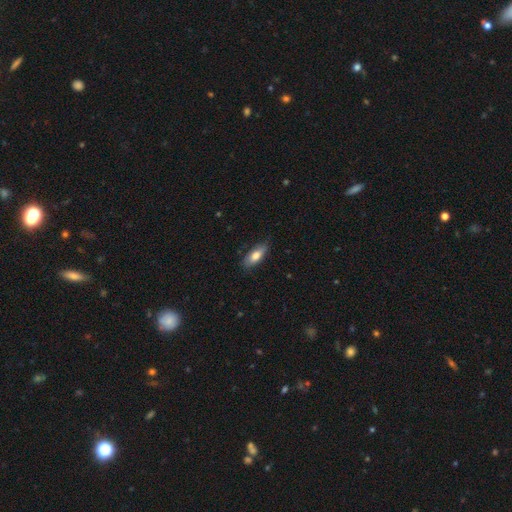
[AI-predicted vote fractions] Q: Smooth or featured?
A: smooth (74%); runner-up: featured or disk (20%)
Q: How rounded?
A: in between (74%); runner-up: cigar-shaped (24%)
Q: Merging?
A: none (78%); runner-up: minor disturbance (18%)